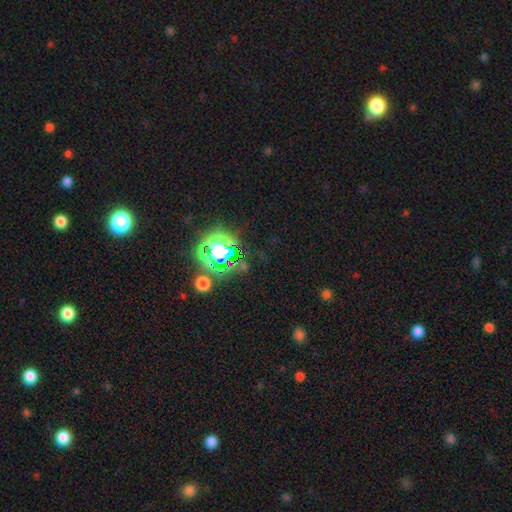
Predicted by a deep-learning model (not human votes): A star or artifact, not a galaxy (77%).